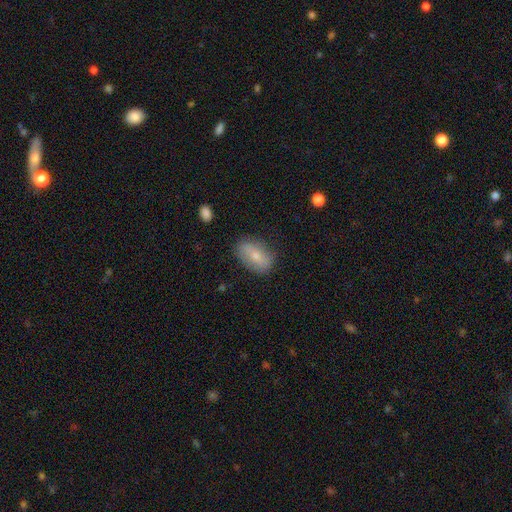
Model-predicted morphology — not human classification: Overall: smooth (64%; featured or disk 28%). How rounded: in between (87%). Merging: none (78%).